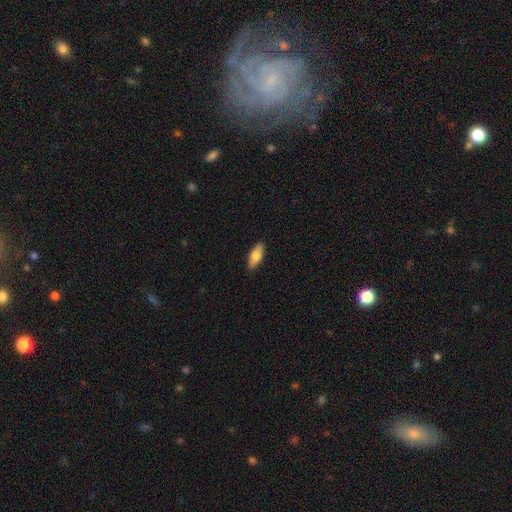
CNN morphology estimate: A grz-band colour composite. It shows a smooth galaxy with no disk features (79%) that is in between round and cigar-shaped (76%). Merging: none (89%).